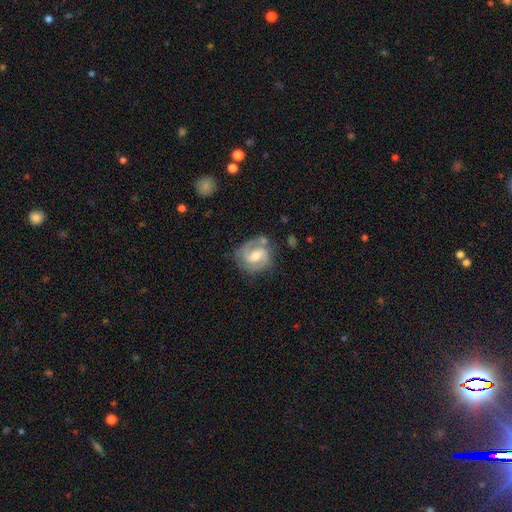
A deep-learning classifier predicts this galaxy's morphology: This is clearly a featured or disk galaxy (82%). It is clearly not viewed edge-on (98%). Bar: possibly weak (55%). Spiral arm pattern: clearly yes (95%). Spiral arm count: clearly 2 (85%). Spiral winding: possibly medium (51%). Central bulge: likely moderate (62%). Merging: likely none (68%).